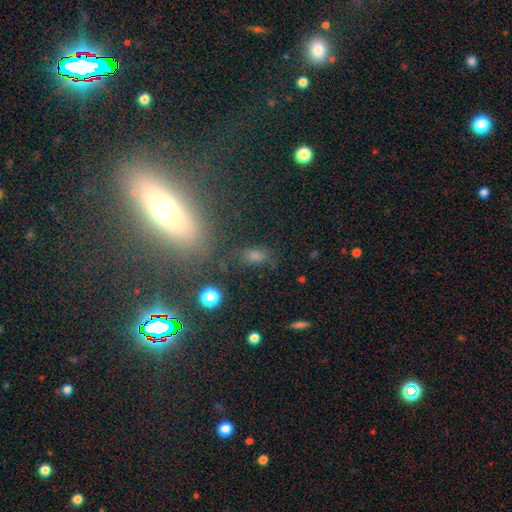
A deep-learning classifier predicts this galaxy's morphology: Smooth or featured: smooth — 68% (star or artifact — 23%)
How rounded: in between — 77% (round — 15%)
Merging: none — 69% (minor disturbance — 17%)